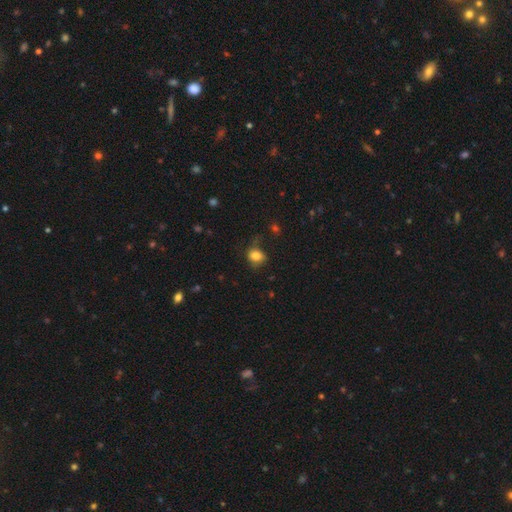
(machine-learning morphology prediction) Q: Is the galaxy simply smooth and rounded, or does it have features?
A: smooth — 81%.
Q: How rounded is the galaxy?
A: round — 53%.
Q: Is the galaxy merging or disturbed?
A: none — 60%.